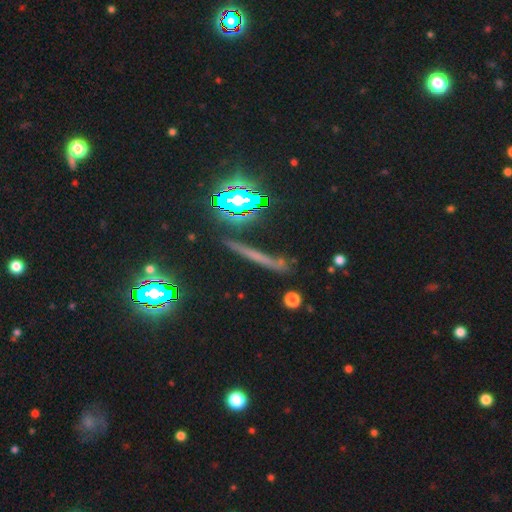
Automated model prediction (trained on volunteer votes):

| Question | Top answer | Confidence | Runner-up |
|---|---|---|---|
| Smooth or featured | star or artifact | 35% | smooth (34%) |